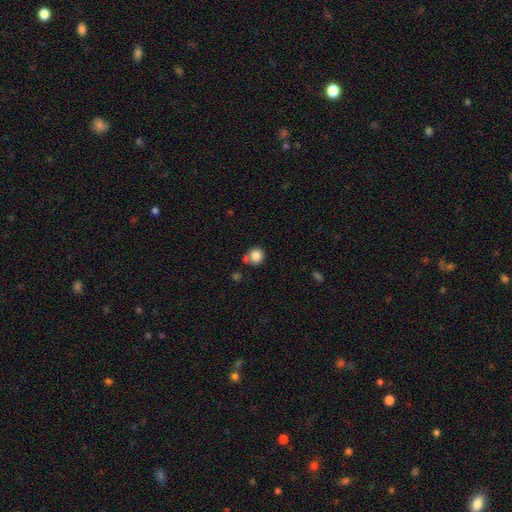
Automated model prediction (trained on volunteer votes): Smooth or featured? Predicted: smooth (p=0.84). How rounded? Predicted: round (p=0.89). Merging? Predicted: none (p=0.64).